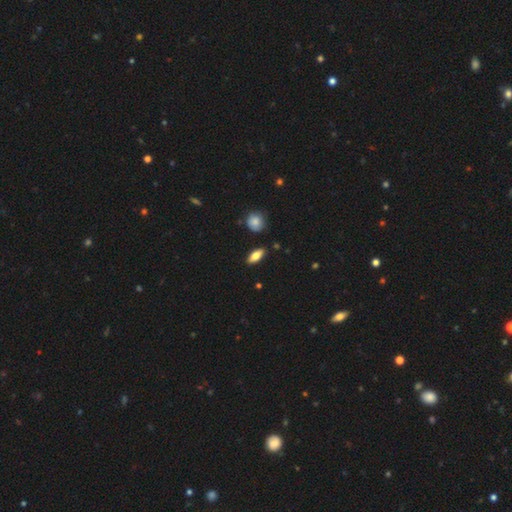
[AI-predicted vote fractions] smooth_or_featured: smooth (p=0.73) [alt: featured or disk p=0.20]
how_rounded: in between (p=0.80) [alt: cigar-shaped p=0.16]
merging: none (p=0.87) [alt: minor disturbance p=0.09]